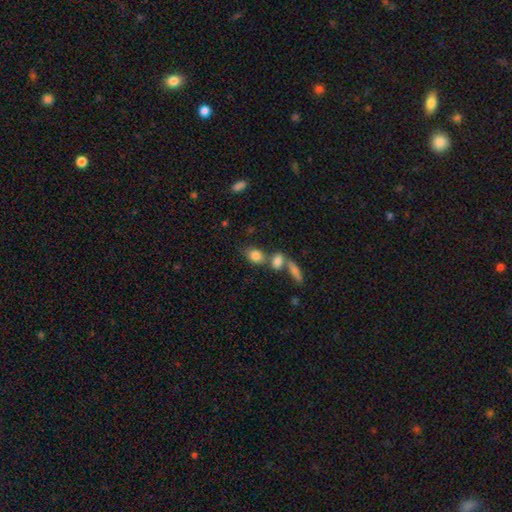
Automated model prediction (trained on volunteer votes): A smooth galaxy with no disk features (82%) that is in between round and cigar-shaped (71%). Merging: none (48%).